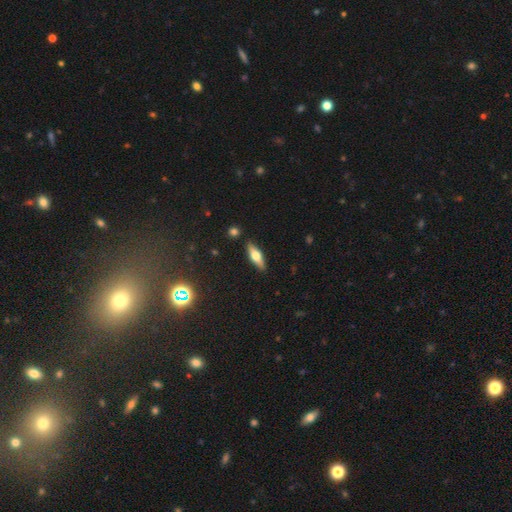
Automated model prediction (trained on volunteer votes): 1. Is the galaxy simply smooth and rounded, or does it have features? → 49% featured or disk, 43% smooth, 7% star or artifact.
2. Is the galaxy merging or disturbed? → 88% none, 8% minor disturbance, 2% merger, 2% major disturbance.